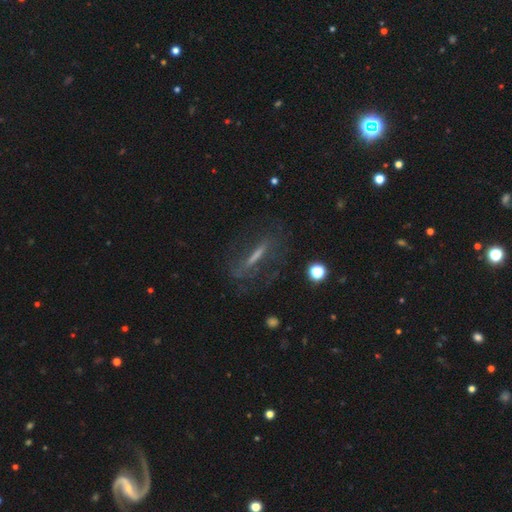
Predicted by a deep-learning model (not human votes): Smooth or featured? featured or disk (52%)
Edge-on disk? yes (50%, tied with no)
Merging? none (66%)